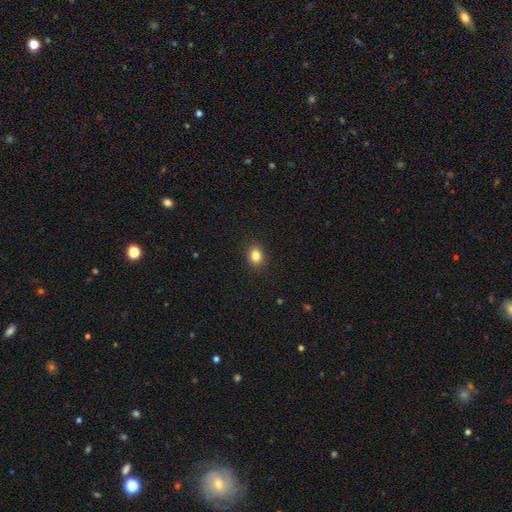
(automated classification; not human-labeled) Smooth or featured: smooth — 83% (star or artifact — 11%)
How rounded: in between — 53% (round — 46%)
Merging: none — 90% (minor disturbance — 7%)